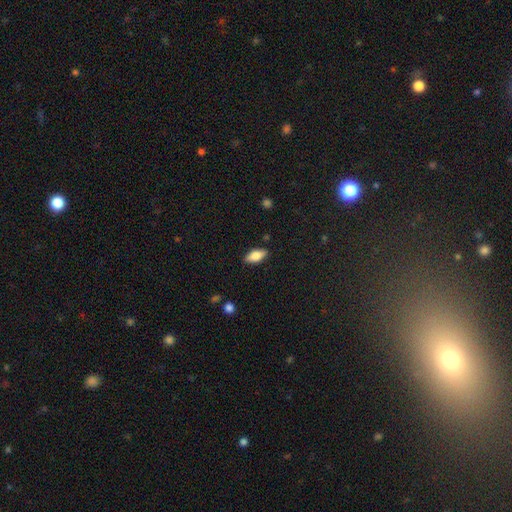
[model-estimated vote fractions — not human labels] Smooth or featured: smooth — 74% (featured or disk — 19%)
How rounded: in between — 84% (cigar-shaped — 13%)
Merging: none — 86% (minor disturbance — 10%)